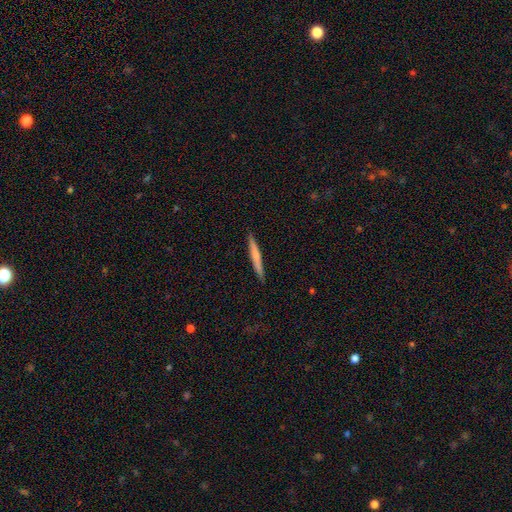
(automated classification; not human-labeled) A smooth galaxy with no disk features (53%) that is cigar-shaped (96%). Merging: none (91%).